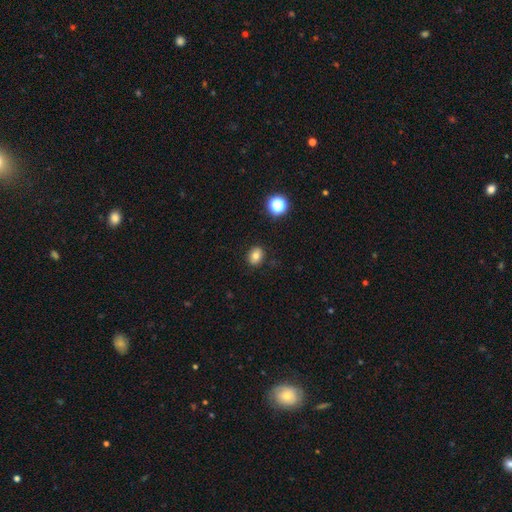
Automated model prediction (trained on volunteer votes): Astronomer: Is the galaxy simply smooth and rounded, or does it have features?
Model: smooth — 79%.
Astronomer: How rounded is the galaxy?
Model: in between — 52% (runner-up: round, 47%).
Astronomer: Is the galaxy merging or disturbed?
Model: none — 88%.